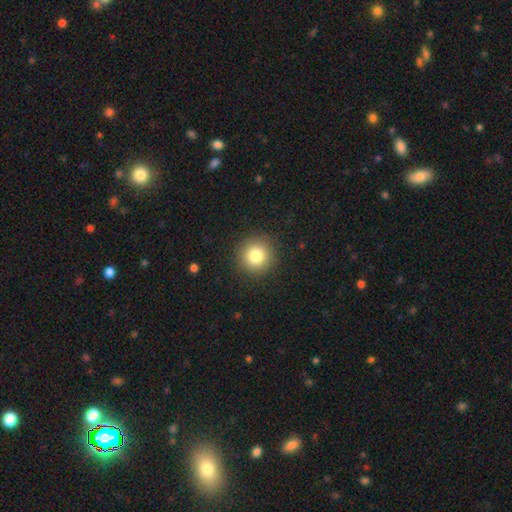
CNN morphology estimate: A smooth galaxy with no disk features (81%) that is round (95%).

Vote fractions:
- Smooth or featured? smooth: 81% / star or artifact: 11% / featured or disk: 8%
- How rounded? round: 95% / in between: 4% / cigar-shaped: 1%
- Merging? none: 91% / minor disturbance: 6% / major disturbance: 2% / merger: 1%